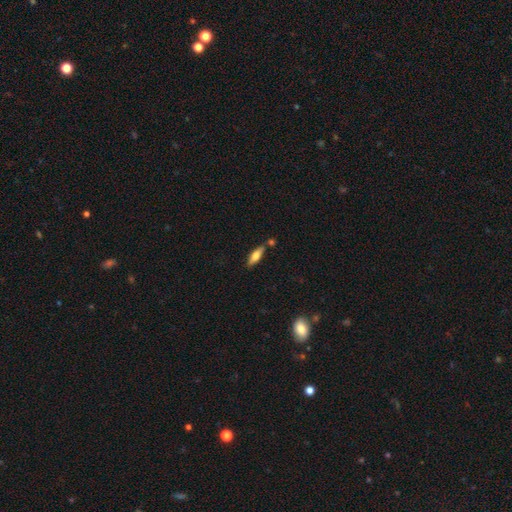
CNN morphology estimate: A smooth galaxy with no disk features (63%) that is cigar-shaped (50%). Merging: none (76%).